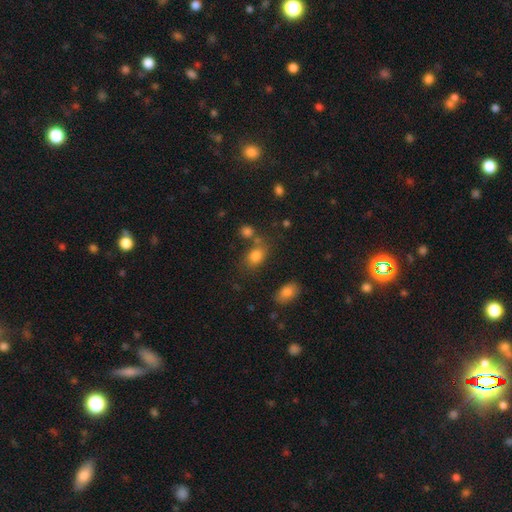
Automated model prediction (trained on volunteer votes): smooth-or-featured: smooth: 81% | star or artifact: 11% | featured or disk: 8%
  how-rounded: in between: 73% | round: 25% | cigar-shaped: 2%
  merging: none: 62% | merger: 16% | minor disturbance: 16% | major disturbance: 6%